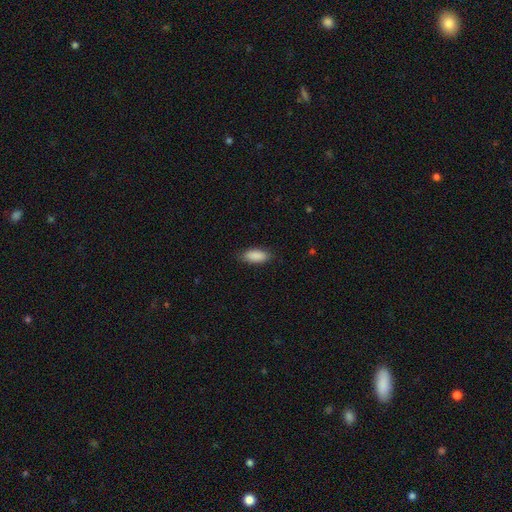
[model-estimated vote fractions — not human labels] A smooth galaxy with no disk features (90%) that is in between round and cigar-shaped (86%). Merging: none (85%).